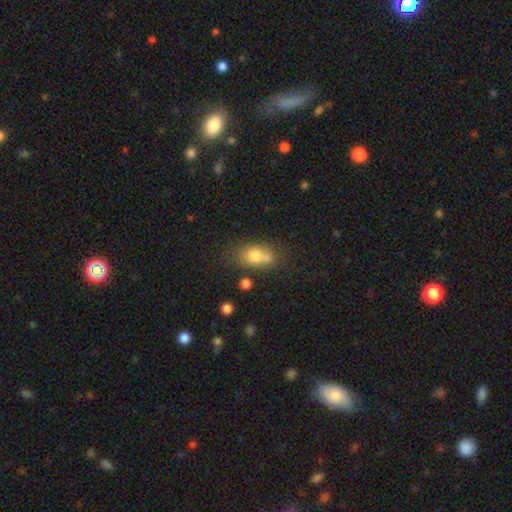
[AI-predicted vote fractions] Smooth or featured? smooth (74%)
How rounded? in between (66%)
Merging? none (45%)